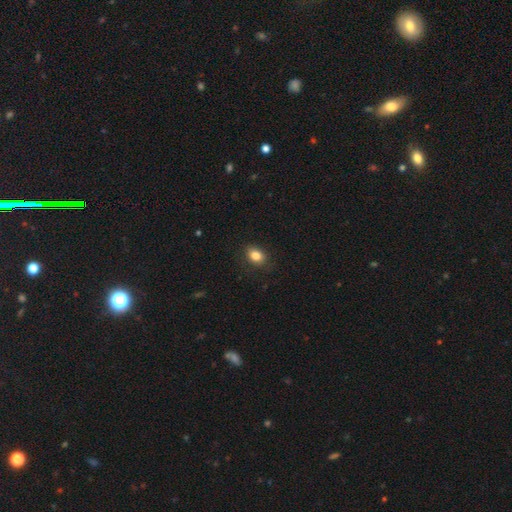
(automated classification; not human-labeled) This appears to be a smooth galaxy with no disk features (84%) that is in between round and cigar-shaped (68%). Merging: none (86%).